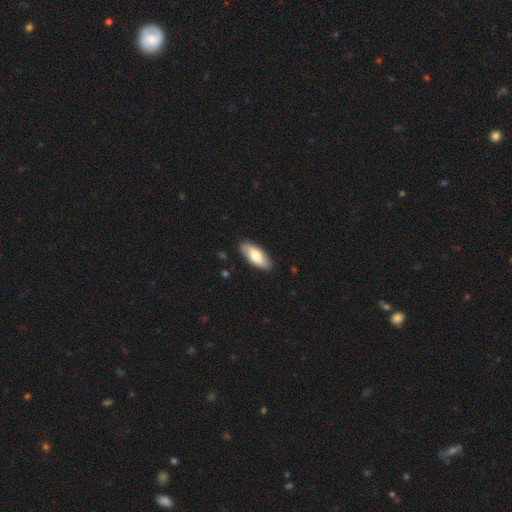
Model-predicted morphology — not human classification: This is likely a smooth galaxy (73%). How rounded: clearly in between (87%). Merging: clearly none (88%).